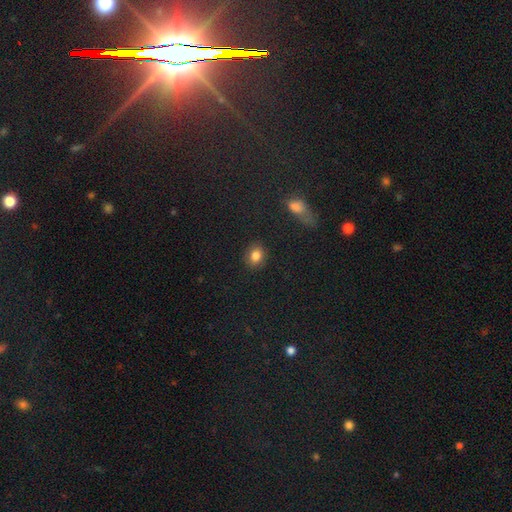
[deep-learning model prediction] smooth-or-featured: smooth: 83% | star or artifact: 10% | featured or disk: 7%
  how-rounded: round: 63% | in between: 36% | cigar-shaped: 1%
  merging: none: 88% | minor disturbance: 8% | major disturbance: 2% | merger: 1%